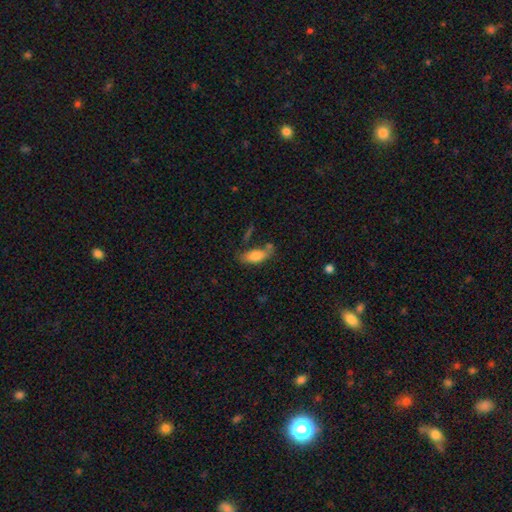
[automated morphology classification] smooth_or_featured: smooth (p=0.79) [alt: featured or disk p=0.14]
how_rounded: in between (p=0.81) [alt: cigar-shaped p=0.16]
merging: none (p=0.56) [alt: minor disturbance p=0.20]